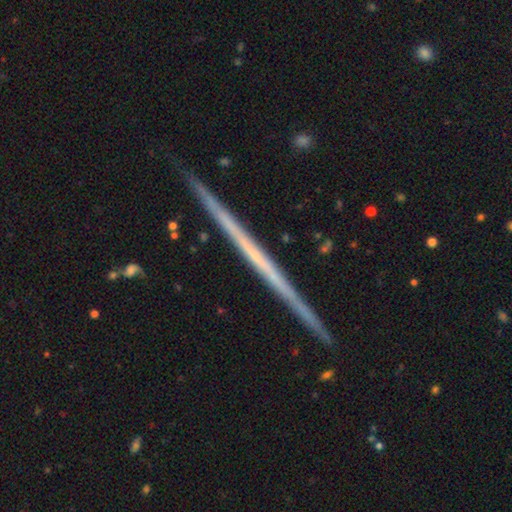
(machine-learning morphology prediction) featured or disk 70%, smooth 23%, star or artifact 7%. Down the decision tree: edge-on disk — yes (98%); edge-on bulge — none (92%); merging — none (92%).